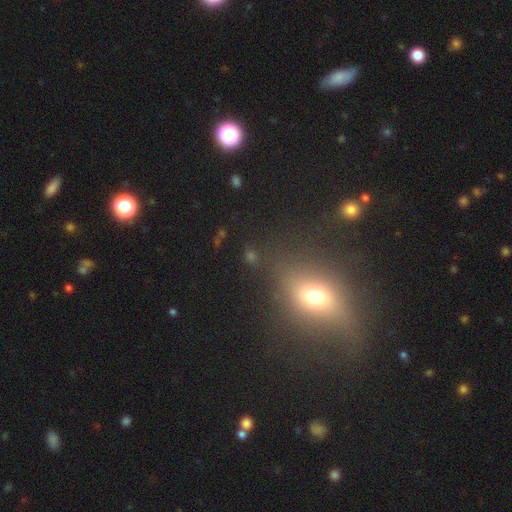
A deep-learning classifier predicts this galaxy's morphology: Smooth or featured? smooth (44%)
Merging? none (74%)